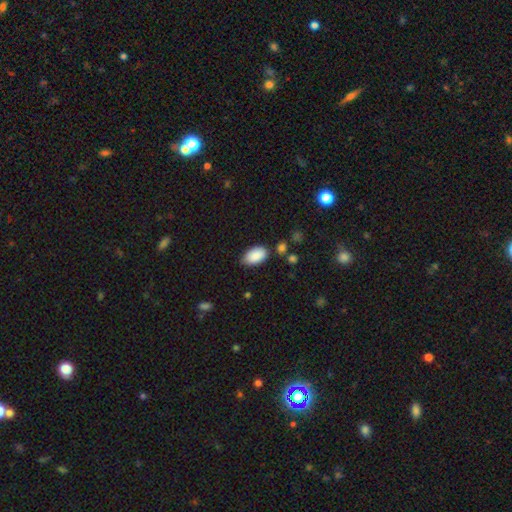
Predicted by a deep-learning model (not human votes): Smooth or featured?
  - smooth: 89% *
  - star or artifact: 7%
  - featured or disk: 4%
How rounded?
  - in between: 94% *
  - round: 4%
  - cigar-shaped: 2%
Merging?
  - none: 74% *
  - minor disturbance: 19%
  - major disturbance: 3%
  - merger: 3%